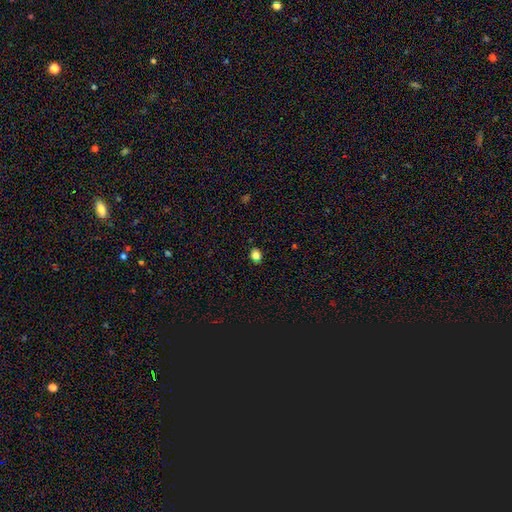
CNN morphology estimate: Smooth or featured?
  - smooth: 78% *
  - star or artifact: 17%
  - featured or disk: 5%
How rounded?
  - round: 50% *
  - in between: 49%
  - cigar-shaped: 1%
Merging?
  - none: 86% *
  - minor disturbance: 10%
  - major disturbance: 2%
  - merger: 2%